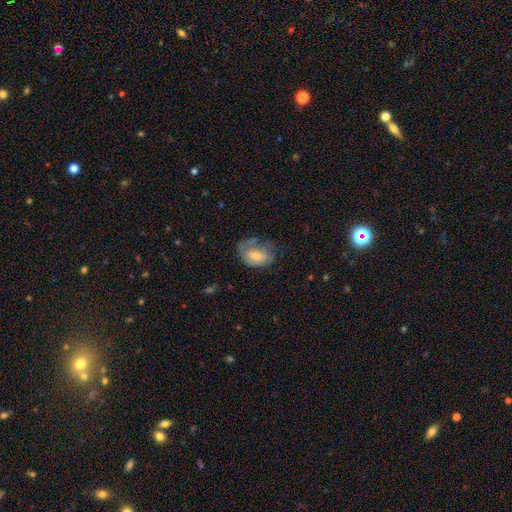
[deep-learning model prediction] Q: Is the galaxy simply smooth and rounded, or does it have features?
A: smooth — 56%.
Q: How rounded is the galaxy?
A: in between — 81%.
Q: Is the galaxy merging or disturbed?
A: none — 40%.